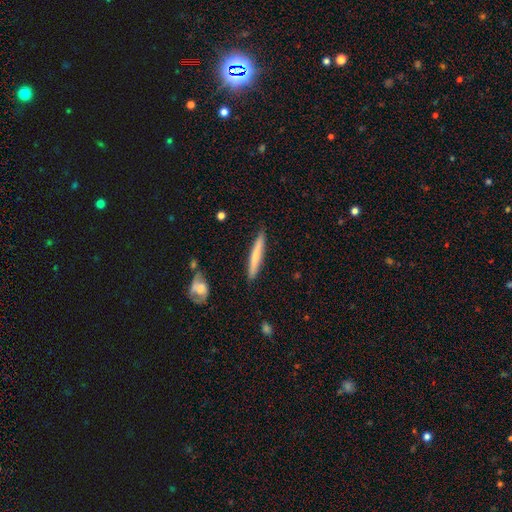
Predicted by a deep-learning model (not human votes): smooth 62%, featured or disk 33%, star or artifact 6%. Down the decision tree: how rounded — cigar-shaped (94%); merging — none (88%).